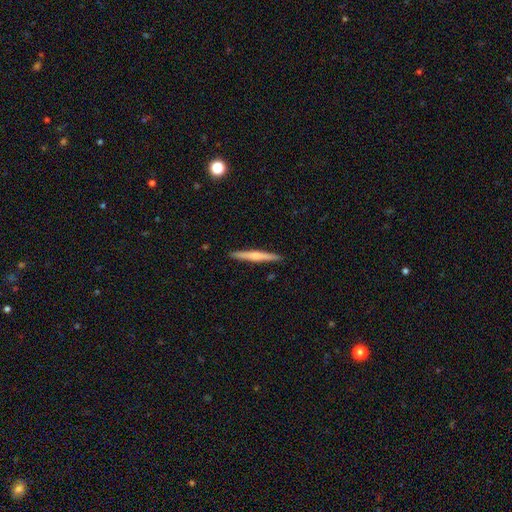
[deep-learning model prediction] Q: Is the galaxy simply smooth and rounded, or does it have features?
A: featured or disk — 51%.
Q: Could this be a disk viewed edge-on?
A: yes — 98%.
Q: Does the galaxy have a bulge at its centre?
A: rounded — 61%.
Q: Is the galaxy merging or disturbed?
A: none — 92%.